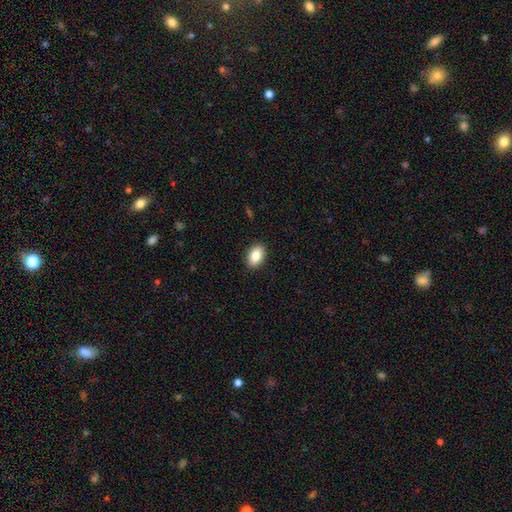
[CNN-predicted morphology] smooth-or-featured: smooth: 86% | star or artifact: 8% | featured or disk: 6%
  how-rounded: in between: 88% | round: 11% | cigar-shaped: 1%
  merging: none: 90% | minor disturbance: 7% | major disturbance: 2% | merger: 1%